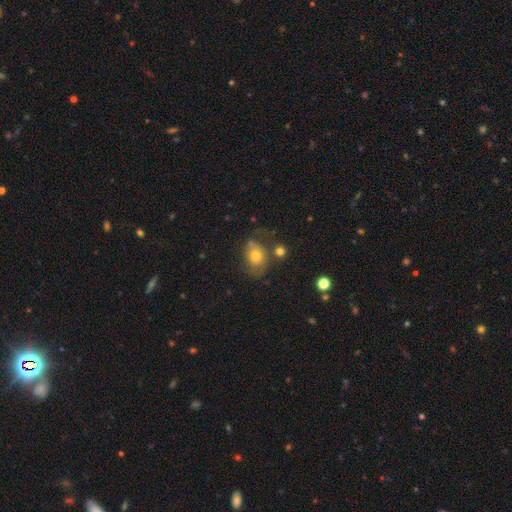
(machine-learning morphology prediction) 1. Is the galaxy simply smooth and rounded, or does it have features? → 66% smooth, 23% featured or disk, 11% star or artifact.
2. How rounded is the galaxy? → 58% in between, 41% round, 1% cigar-shaped.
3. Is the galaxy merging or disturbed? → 48% none, 24% minor disturbance, 17% major disturbance, 11% merger.